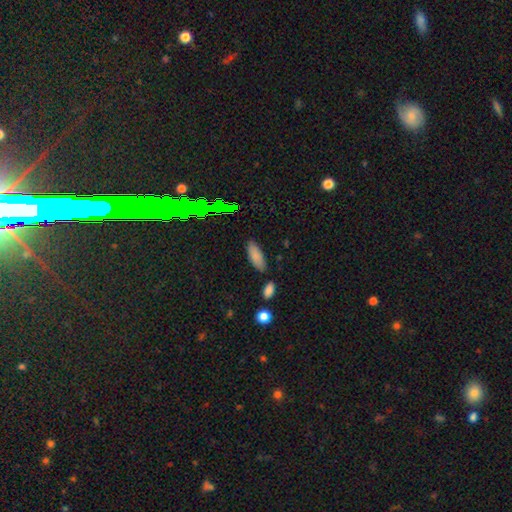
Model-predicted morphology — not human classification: This is clearly a smooth galaxy (83%). How rounded: likely in between (72%). Merging: likely none (80%).